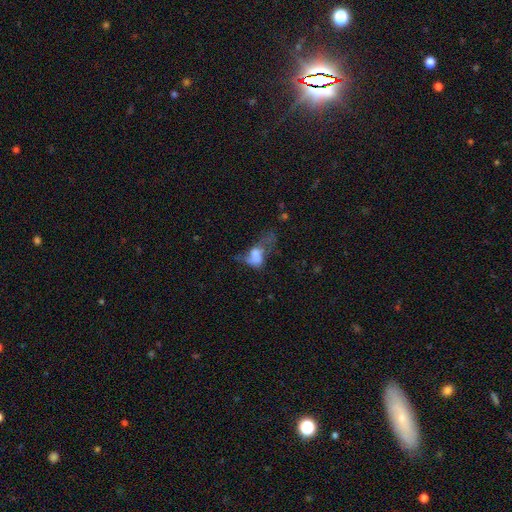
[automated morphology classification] A smooth galaxy with no disk features (54%) that is in between round and cigar-shaped (81%).

Vote fractions:
- Smooth or featured? smooth: 54% / featured or disk: 34% / star or artifact: 13%
- How rounded? in between: 81% / round: 15% / cigar-shaped: 4%
- Merging? major disturbance: 55% / merger: 19% / none: 13% / minor disturbance: 13%